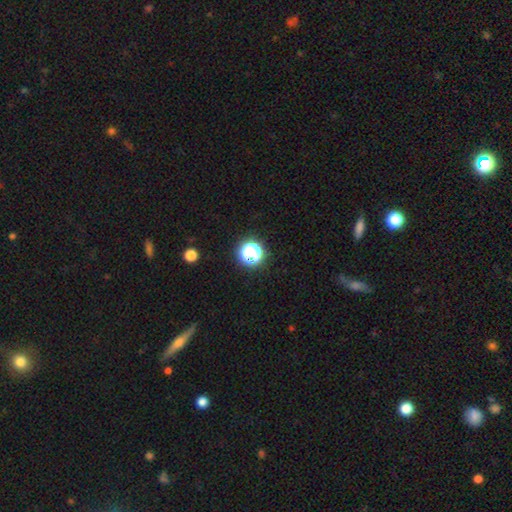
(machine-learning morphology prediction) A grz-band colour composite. It shows a smooth galaxy with no disk features (47%). Merging: none (80%).